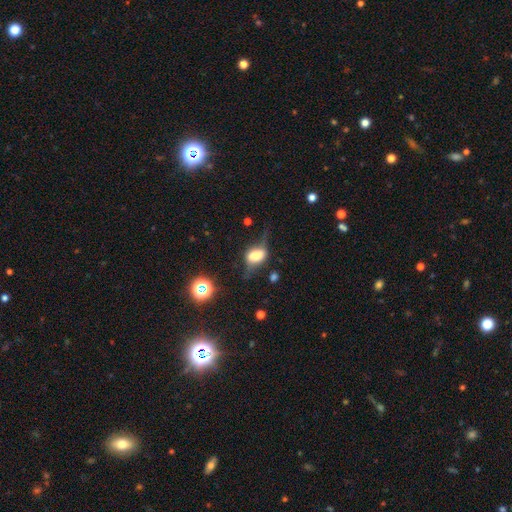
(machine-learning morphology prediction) A smooth galaxy with no disk features (50%).

Vote fractions:
- Smooth or featured? smooth: 50% / featured or disk: 39% / star or artifact: 12%
- Merging? none: 42% / minor disturbance: 29% / major disturbance: 26% / merger: 4%